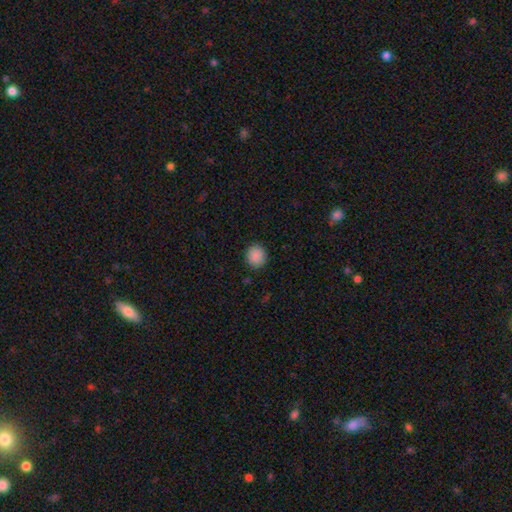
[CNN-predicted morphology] The model was most divided on "how rounded": round: 86%, in between: 13%, cigar-shaped: 1%. More confident: merging — none (90%); smooth or featured — smooth (89%).